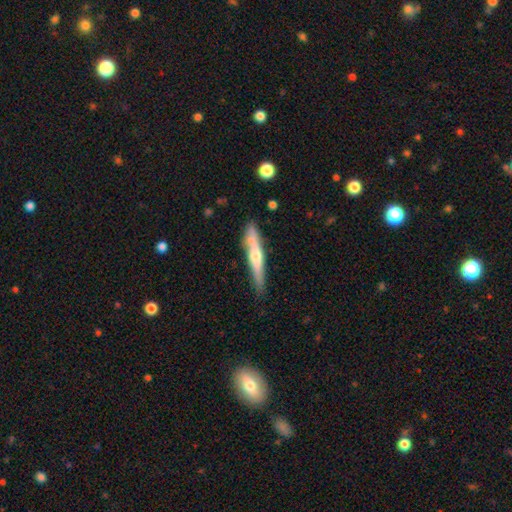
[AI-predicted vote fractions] Q: Smooth or featured?
A: featured or disk (51%); runner-up: smooth (43%)
Q: Edge-on disk?
A: yes (93%); runner-up: no (7%)
Q: Merging?
A: none (74%); runner-up: minor disturbance (16%)